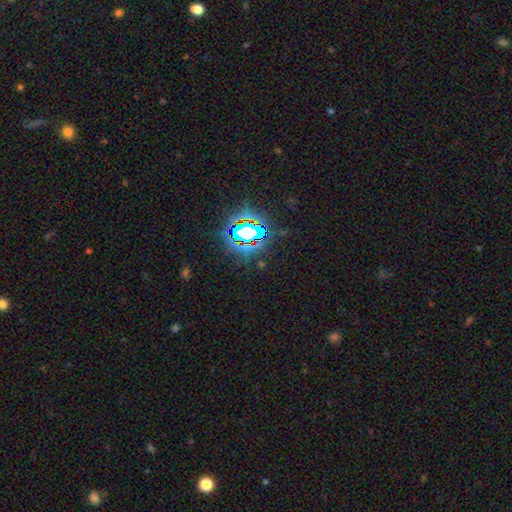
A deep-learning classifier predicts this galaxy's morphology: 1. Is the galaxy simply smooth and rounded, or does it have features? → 82% star or artifact, 11% smooth, 7% featured or disk.